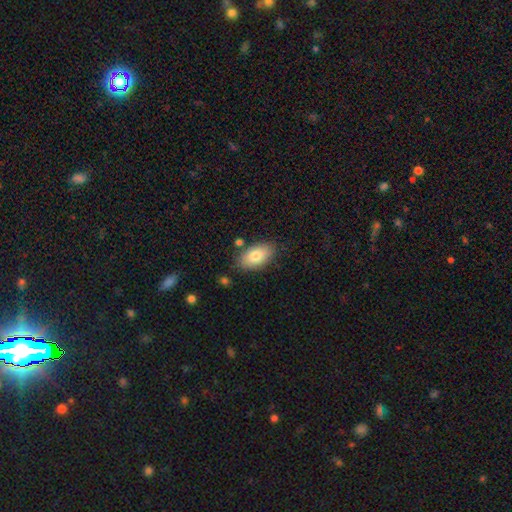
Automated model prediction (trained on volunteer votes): A smooth galaxy with no disk features (79%) that is in between round and cigar-shaped (93%).

Vote fractions:
- Smooth or featured? smooth: 79% / featured or disk: 14% / star or artifact: 7%
- How rounded? in between: 93% / round: 4% / cigar-shaped: 3%
- Merging? none: 80% / minor disturbance: 13% / merger: 4% / major disturbance: 3%